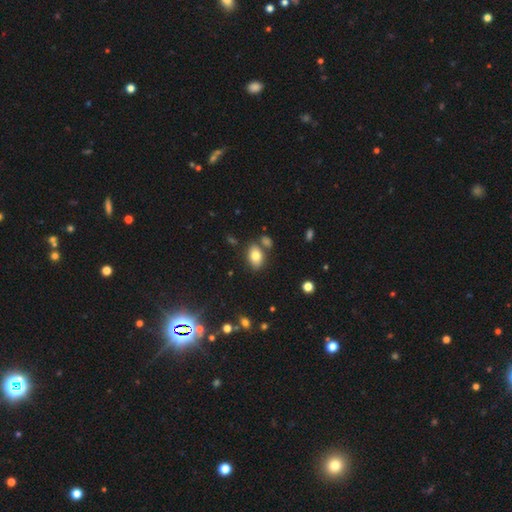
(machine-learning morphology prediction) Overall: smooth (80%). How rounded: in between (87%). Merging: none (70%).